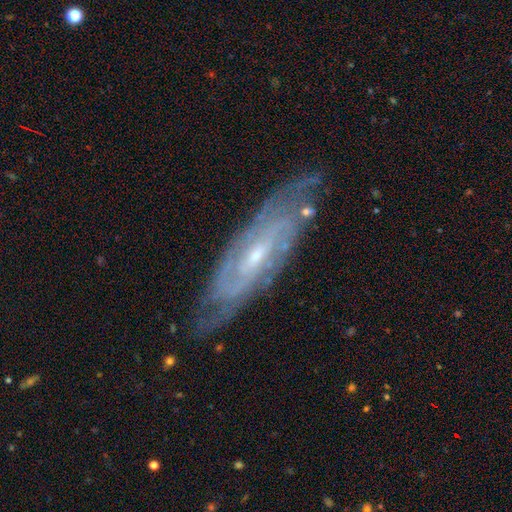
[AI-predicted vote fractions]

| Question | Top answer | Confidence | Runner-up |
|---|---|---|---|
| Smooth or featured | featured or disk | 87% | smooth (7%) |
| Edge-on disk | no | 85% | yes (15%) |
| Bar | weak | 45% | no (33%) |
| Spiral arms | yes | 97% | no (3%) |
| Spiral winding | tight | 64% | medium (30%) |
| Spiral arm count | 2 | 34% | can't tell (30%) |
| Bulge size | small | 68% | moderate (28%) |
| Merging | none | 77% | minor disturbance (17%) |